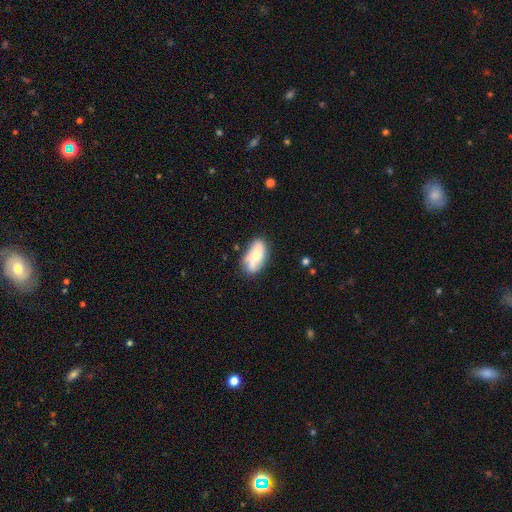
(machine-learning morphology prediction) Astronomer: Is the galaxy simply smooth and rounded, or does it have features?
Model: smooth — 54% (runner-up: featured or disk, 38%).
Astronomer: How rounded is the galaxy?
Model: in between — 89%.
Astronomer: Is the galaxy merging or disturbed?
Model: none — 66%.